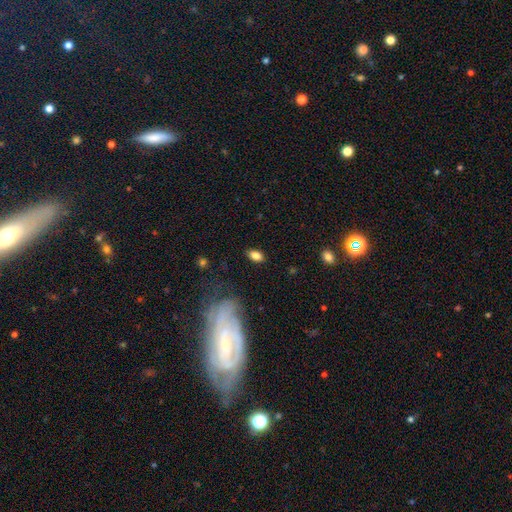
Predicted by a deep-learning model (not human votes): The model was most divided on "smooth or featured": smooth: 81%, star or artifact: 10%, featured or disk: 9%. More confident: how rounded — in between (88%); merging — none (85%).